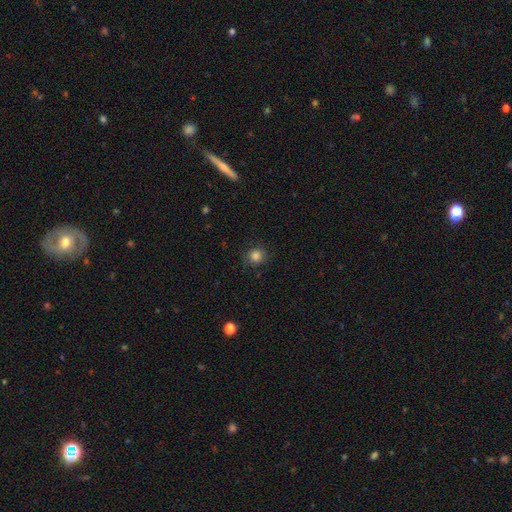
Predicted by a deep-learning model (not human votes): A smooth galaxy with no disk features (84%) that is round (89%). Merging: none (84%).